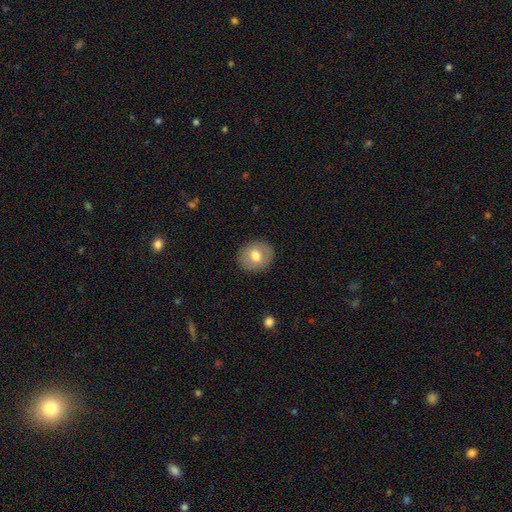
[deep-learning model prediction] Smooth or featured: smooth — 72% (featured or disk — 20%)
How rounded: round — 70% (in between — 29%)
Merging: none — 89% (minor disturbance — 7%)